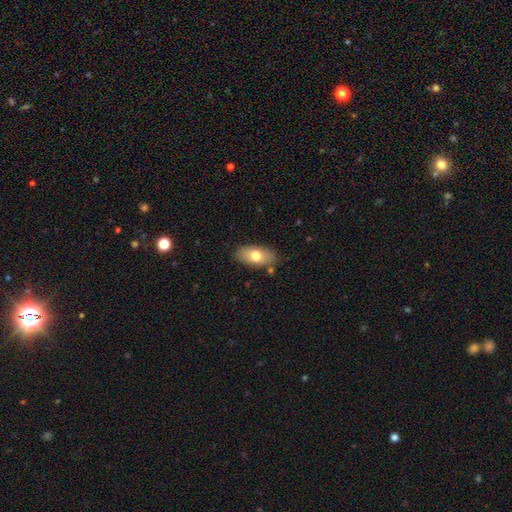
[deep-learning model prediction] smooth_or_featured: smooth (p=0.72) [alt: featured or disk p=0.22]
how_rounded: in between (p=0.90) [alt: cigar-shaped p=0.05]
merging: none (p=0.83) [alt: minor disturbance p=0.12]